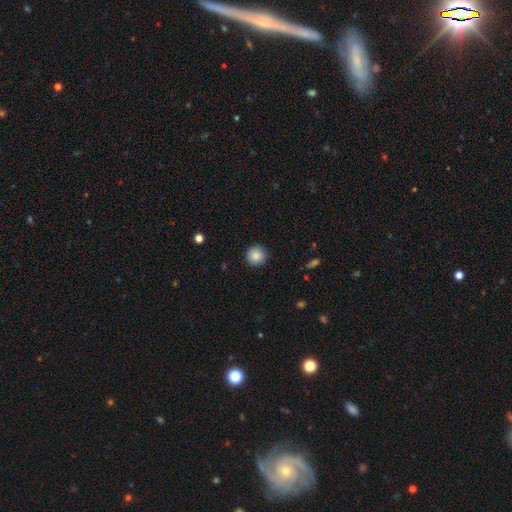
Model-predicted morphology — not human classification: Overall: smooth (87%). How rounded: round (95%). Merging: none (91%).